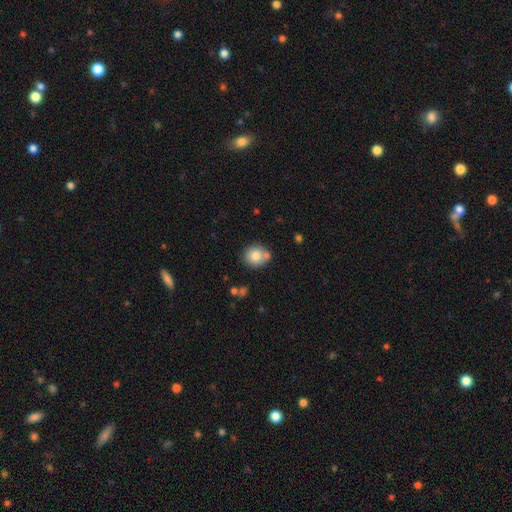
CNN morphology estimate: Smooth or featured? Predicted: smooth (p=0.79). How rounded? Predicted: round (p=0.81). Merging? Predicted: none (p=0.68).